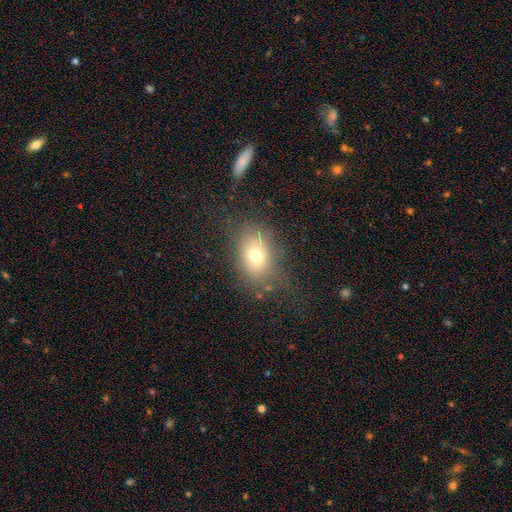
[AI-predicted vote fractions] A smooth galaxy with no disk features (70%) that is in between round and cigar-shaped (69%). Merging: none (71%).